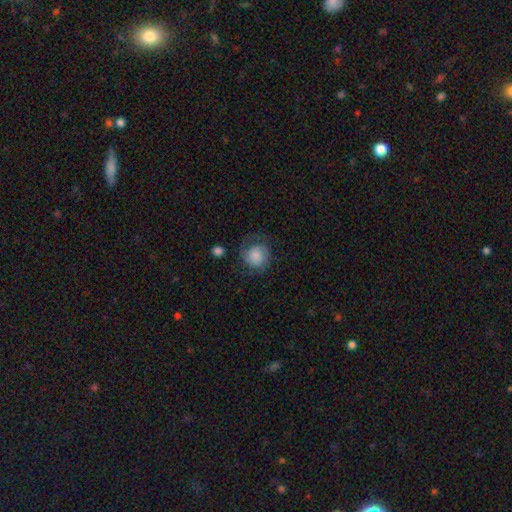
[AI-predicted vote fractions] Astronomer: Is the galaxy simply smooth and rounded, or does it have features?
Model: featured or disk — 55% (runner-up: smooth, 37%).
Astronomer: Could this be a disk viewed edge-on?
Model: no — 98%.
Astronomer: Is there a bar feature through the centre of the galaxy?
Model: no — 75%.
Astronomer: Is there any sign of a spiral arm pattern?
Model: yes — 91%.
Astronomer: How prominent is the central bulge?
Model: none — 27% (runner-up: small, 25%).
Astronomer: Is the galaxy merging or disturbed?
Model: none — 61%.